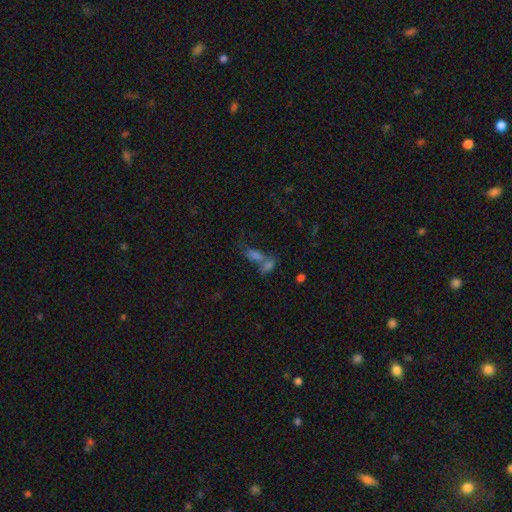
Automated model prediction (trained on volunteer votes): A smooth galaxy with no disk features (62%) that is in between round and cigar-shaped (78%).

Vote fractions:
- Smooth or featured? smooth: 62% / star or artifact: 22% / featured or disk: 16%
- How rounded? in between: 78% / round: 11% / cigar-shaped: 11%
- Merging? merger: 60% / none: 26% / minor disturbance: 8% / major disturbance: 6%